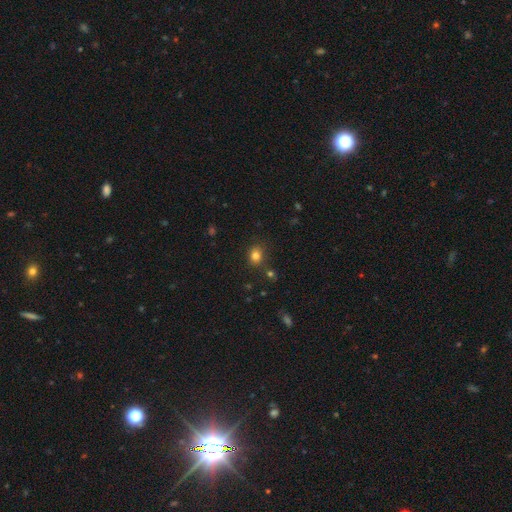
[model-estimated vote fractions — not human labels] This appears to be a smooth galaxy with no disk features (80%) that is round (64%). Merging: none (79%).